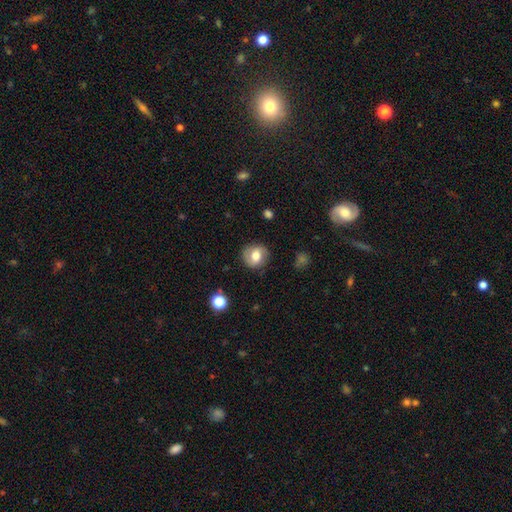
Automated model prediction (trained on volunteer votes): This is likely a smooth galaxy (63%). How rounded: clearly round (83%). Merging: clearly none (82%).